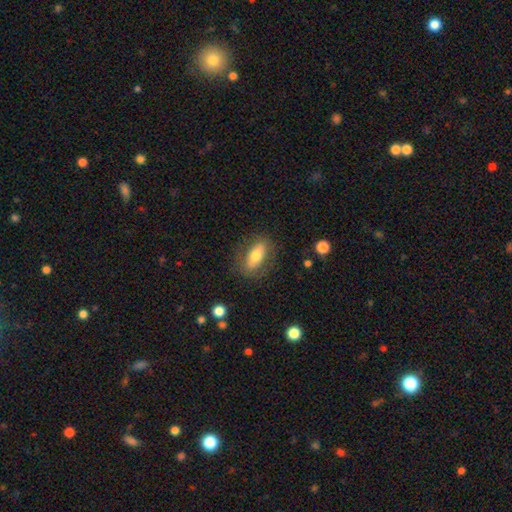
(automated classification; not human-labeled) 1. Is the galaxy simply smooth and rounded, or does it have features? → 64% smooth, 29% featured or disk, 7% star or artifact.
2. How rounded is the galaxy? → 80% in between, 15% cigar-shaped, 5% round.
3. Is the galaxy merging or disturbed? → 80% none, 13% minor disturbance, 6% major disturbance, 1% merger.